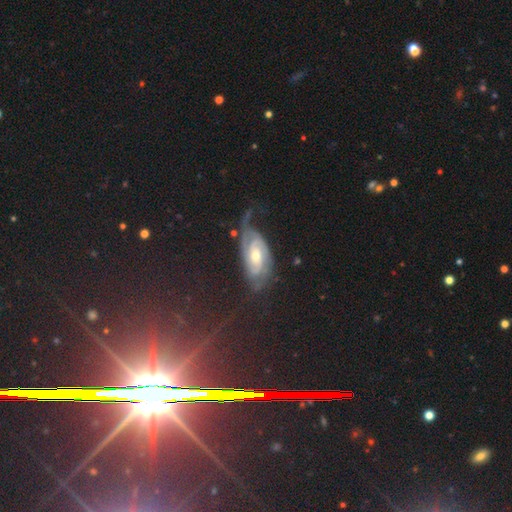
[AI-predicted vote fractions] Smooth or featured: featured or disk — 76% (star or artifact — 12%)
Edge-on disk: no — 93% (yes — 7%)
Bar: no — 49% (weak — 39%)
Spiral arms: yes — 94% (no — 6%)
Spiral winding: tight — 54% (medium — 33%)
Spiral arm count: 2 — 62% (can't tell — 18%)
Bulge size: moderate — 59% (small — 35%)
Merging: none — 57% (minor disturbance — 23%)